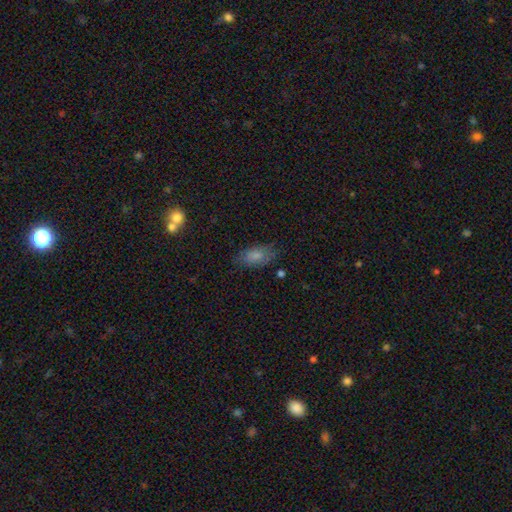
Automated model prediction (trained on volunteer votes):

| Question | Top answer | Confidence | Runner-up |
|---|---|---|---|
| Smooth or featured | smooth | 80% | featured or disk (11%) |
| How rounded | in between | 90% | cigar-shaped (6%) |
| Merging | none | 75% | minor disturbance (18%) |